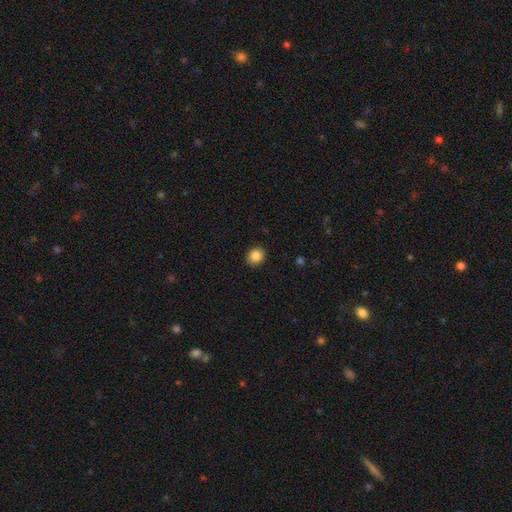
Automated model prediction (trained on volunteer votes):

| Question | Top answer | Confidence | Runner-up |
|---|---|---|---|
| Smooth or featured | smooth | 86% | star or artifact (9%) |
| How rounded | round | 65% | in between (34%) |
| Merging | none | 90% | minor disturbance (7%) |